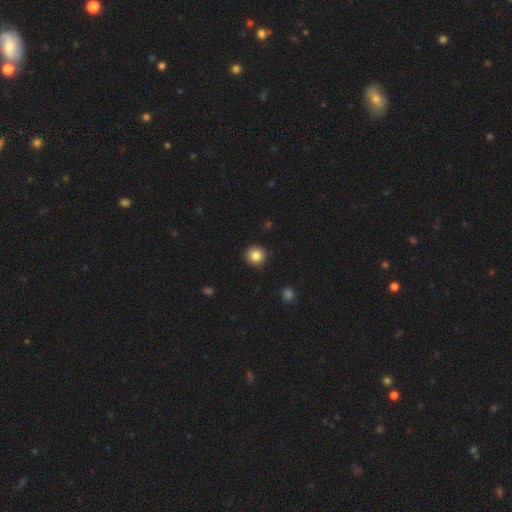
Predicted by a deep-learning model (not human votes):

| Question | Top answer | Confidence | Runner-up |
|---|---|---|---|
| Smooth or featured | smooth | 83% | star or artifact (10%) |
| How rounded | round | 95% | in between (4%) |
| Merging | none | 92% | minor disturbance (6%) |